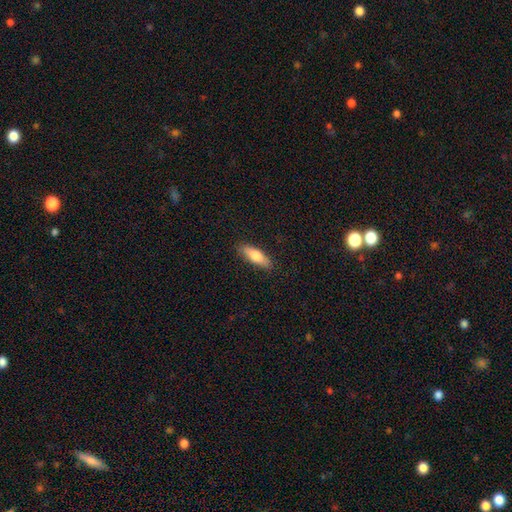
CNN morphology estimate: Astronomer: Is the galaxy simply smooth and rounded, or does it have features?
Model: smooth — 74%.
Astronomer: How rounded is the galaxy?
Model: in between — 52% (runner-up: cigar-shaped, 46%).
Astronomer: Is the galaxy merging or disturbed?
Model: none — 87%.